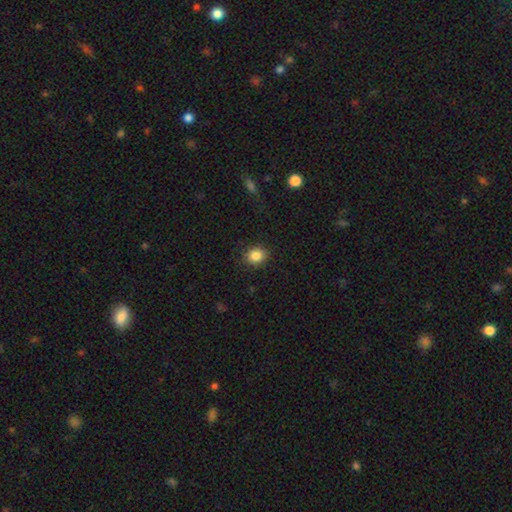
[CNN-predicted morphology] Smooth or featured? Predicted: smooth (p=0.86). How rounded? Predicted: round (p=0.73). Merging? Predicted: none (p=0.88).